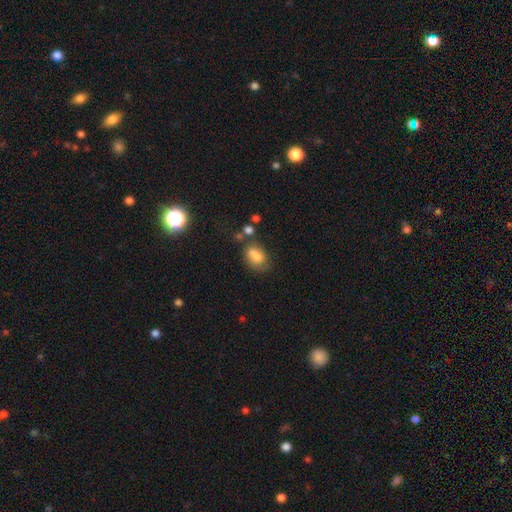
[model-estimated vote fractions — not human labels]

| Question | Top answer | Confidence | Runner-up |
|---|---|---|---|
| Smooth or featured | smooth | 77% | featured or disk (12%) |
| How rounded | in between | 80% | round (18%) |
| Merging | none | 45% | minor disturbance (26%) |